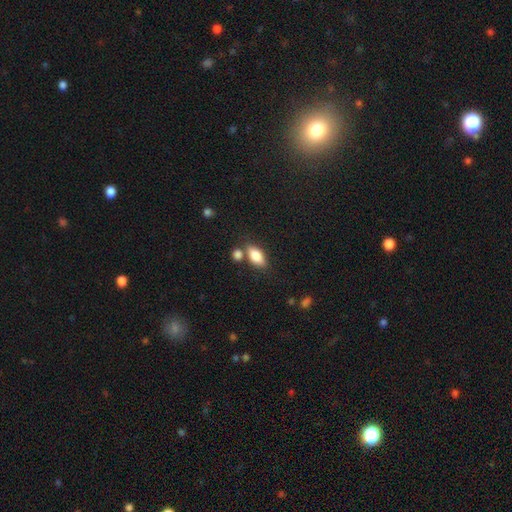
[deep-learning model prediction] smooth-or-featured: smooth: 82% | featured or disk: 10% | star or artifact: 8%
  how-rounded: in between: 86% | cigar-shaped: 9% | round: 5%
  merging: none: 66% | merger: 17% | minor disturbance: 13% | major disturbance: 4%